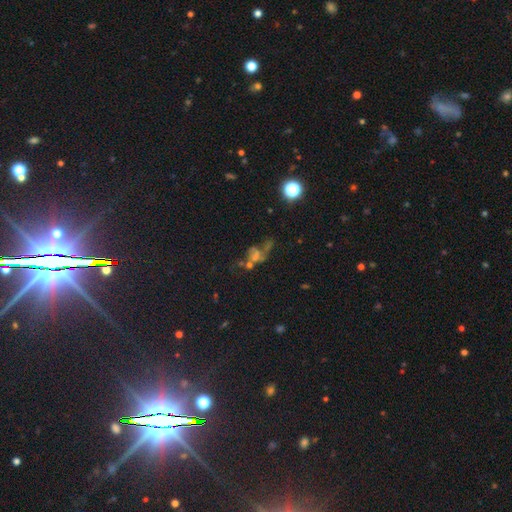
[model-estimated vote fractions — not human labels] Morphology: type=star or artifact (41%).